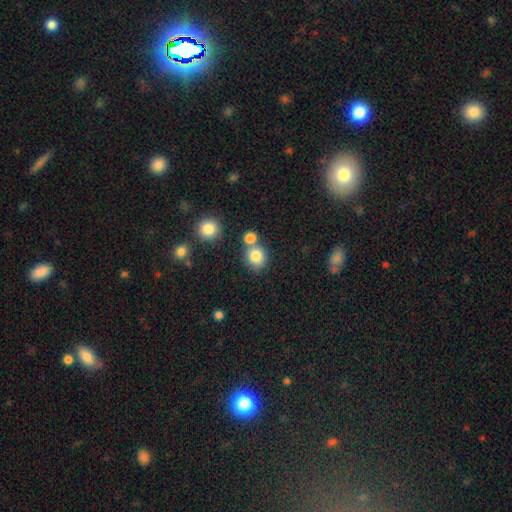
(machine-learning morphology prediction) smooth-or-featured: smooth: 82% | star or artifact: 11% | featured or disk: 7%
  how-rounded: round: 81% | in between: 18% | cigar-shaped: 1%
  merging: none: 61% | merger: 26% | minor disturbance: 10% | major disturbance: 4%